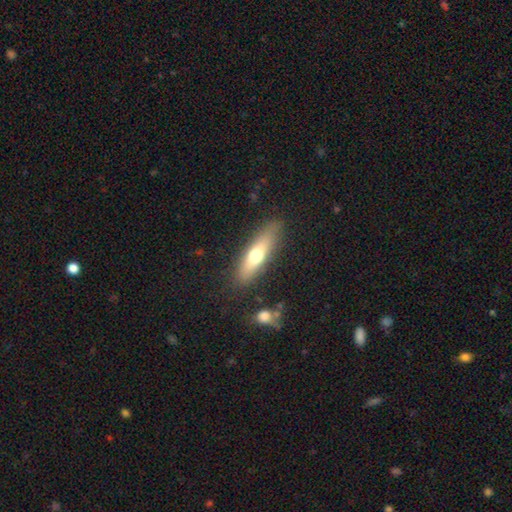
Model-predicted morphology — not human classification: This appears to be a smooth galaxy with no disk features (60%) that is cigar-shaped (66%). Merging: none (84%).